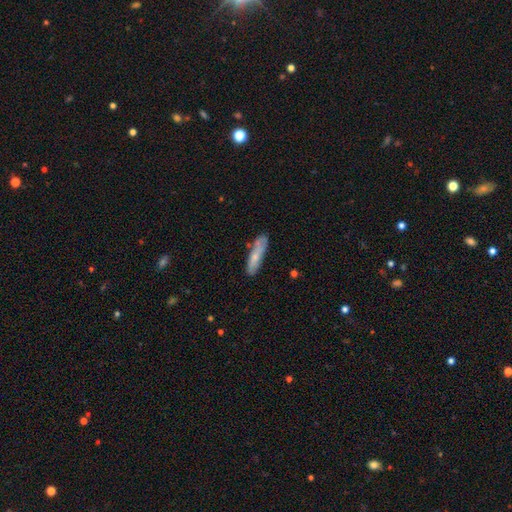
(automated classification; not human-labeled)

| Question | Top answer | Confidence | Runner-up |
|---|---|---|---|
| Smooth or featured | smooth | 66% | featured or disk (28%) |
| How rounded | cigar-shaped | 77% | in between (21%) |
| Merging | none | 71% | minor disturbance (20%) |